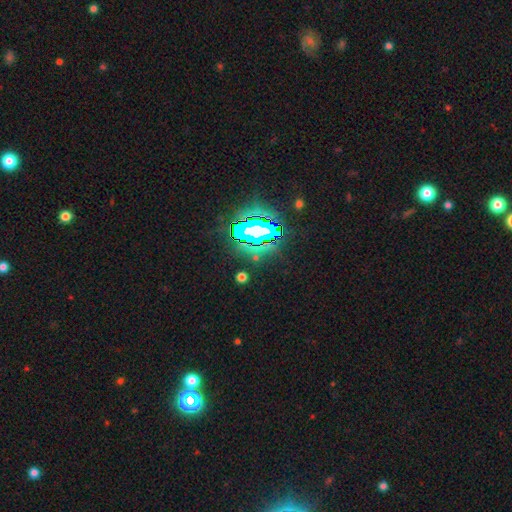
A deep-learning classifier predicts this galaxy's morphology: Smooth or featured?
  - star or artifact: 76% *
  - smooth: 12%
  - featured or disk: 12%